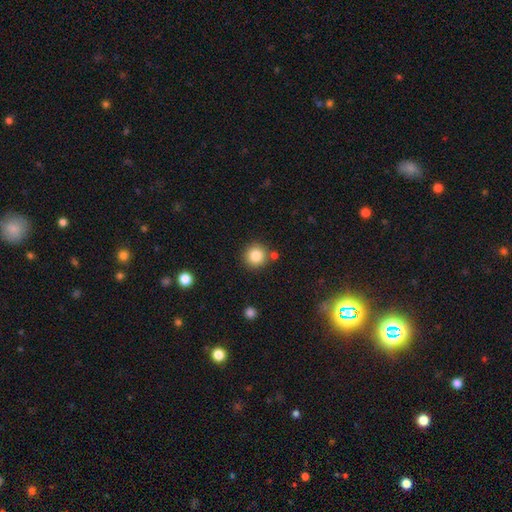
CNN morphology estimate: type=smooth (84%); roundness=round (94%); merging=none (82%).